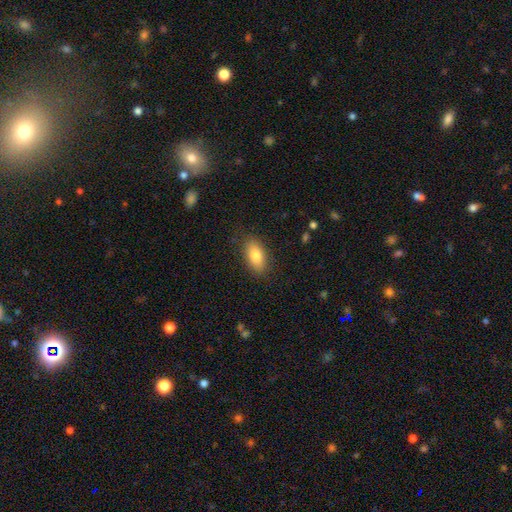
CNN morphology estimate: Smooth or featured: smooth — 81% (featured or disk — 12%)
How rounded: in between — 89% (cigar-shaped — 6%)
Merging: none — 85% (minor disturbance — 11%)